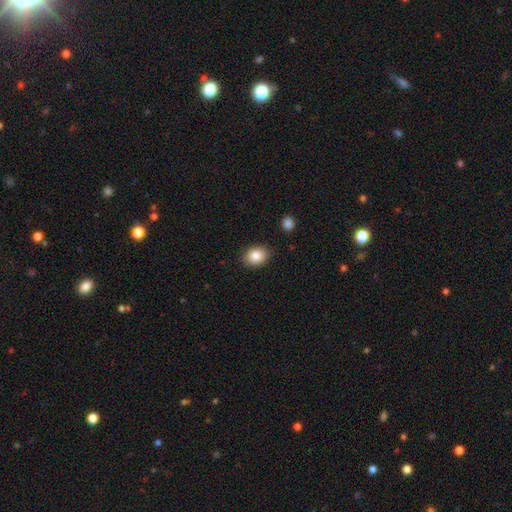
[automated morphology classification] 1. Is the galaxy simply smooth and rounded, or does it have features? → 86% smooth, 8% star or artifact, 5% featured or disk.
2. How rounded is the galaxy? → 61% in between, 38% round, 1% cigar-shaped.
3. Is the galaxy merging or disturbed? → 86% none, 9% minor disturbance, 2% major disturbance, 2% merger.